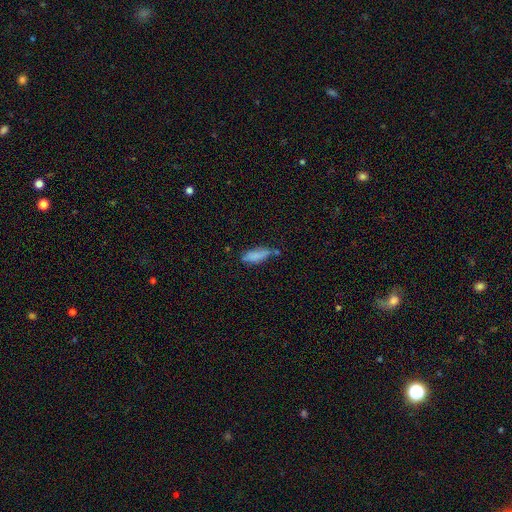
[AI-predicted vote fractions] The model was most divided on "how rounded": in between: 54%, cigar-shaped: 44%, round: 2%. More confident: smooth or featured — smooth (80%); merging — none (52%).